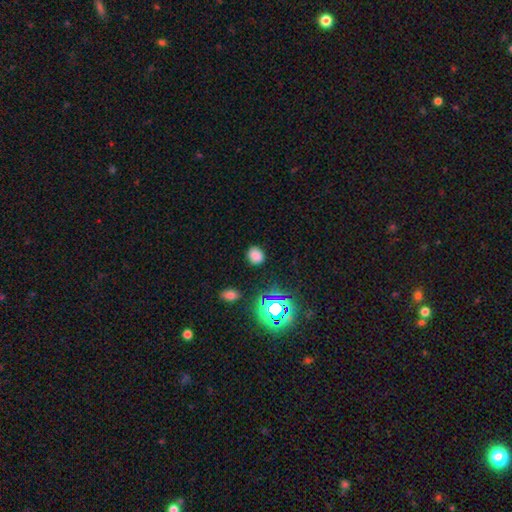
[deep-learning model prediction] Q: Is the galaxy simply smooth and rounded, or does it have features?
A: smooth — 74%.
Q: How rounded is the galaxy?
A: round — 67%.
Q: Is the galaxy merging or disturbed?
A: none — 84%.